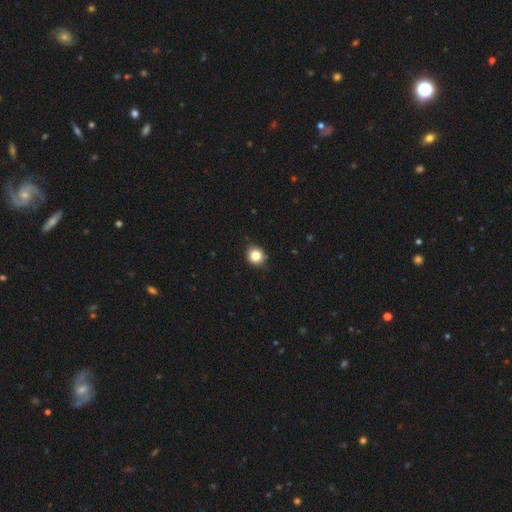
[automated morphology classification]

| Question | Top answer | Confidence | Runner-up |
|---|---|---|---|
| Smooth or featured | smooth | 83% | star or artifact (11%) |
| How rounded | round | 85% | in between (14%) |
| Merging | none | 88% | minor disturbance (10%) |